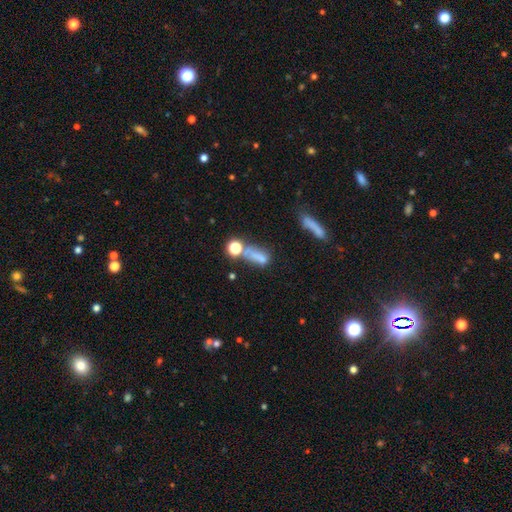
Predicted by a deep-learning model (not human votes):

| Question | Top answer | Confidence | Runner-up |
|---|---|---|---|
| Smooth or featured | smooth | 60% | featured or disk (20%) |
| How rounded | in between | 50% | cigar-shaped (30%) |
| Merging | merger | 33% | none (32%) |